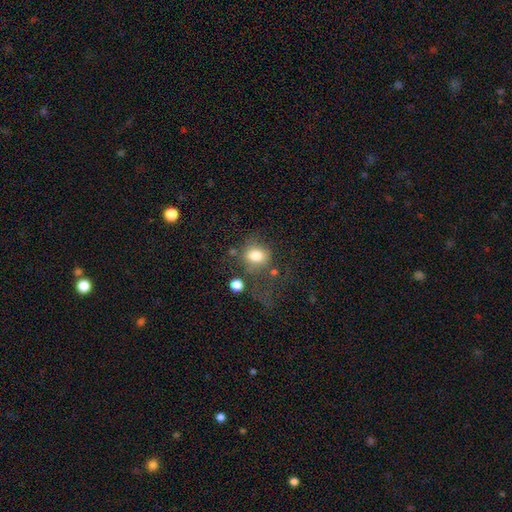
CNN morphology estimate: Q: Smooth or featured?
A: smooth (78%); runner-up: star or artifact (11%)
Q: How rounded?
A: round (62%); runner-up: in between (36%)
Q: Merging?
A: none (48%); runner-up: major disturbance (20%)